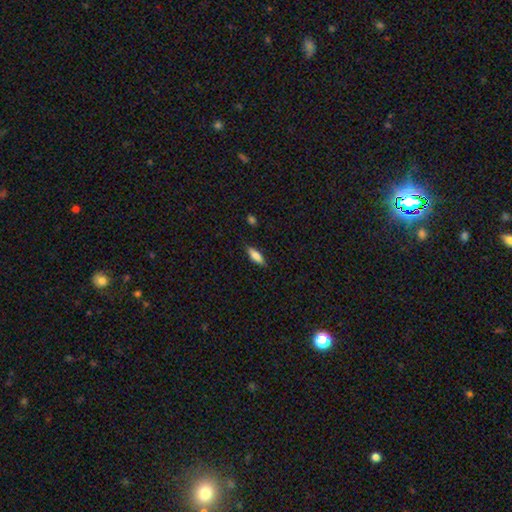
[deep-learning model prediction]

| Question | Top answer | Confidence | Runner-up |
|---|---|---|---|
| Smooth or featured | smooth | 76% | featured or disk (17%) |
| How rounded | in between | 58% | cigar-shaped (40%) |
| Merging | none | 84% | minor disturbance (12%) |